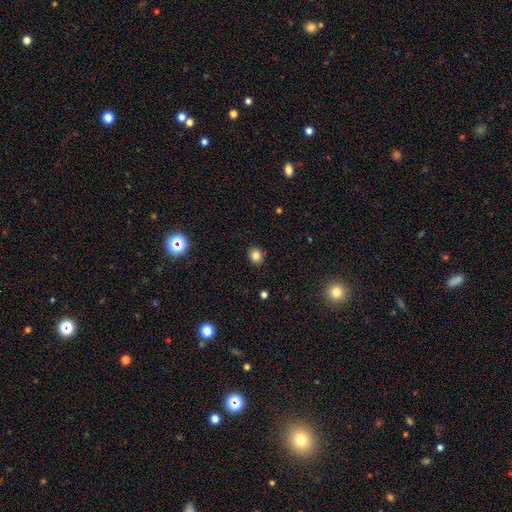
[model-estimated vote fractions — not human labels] smooth_or_featured: smooth (p=0.83) [alt: star or artifact p=0.12]
how_rounded: round (p=0.78) [alt: in between p=0.21]
merging: none (p=0.90) [alt: minor disturbance p=0.07]